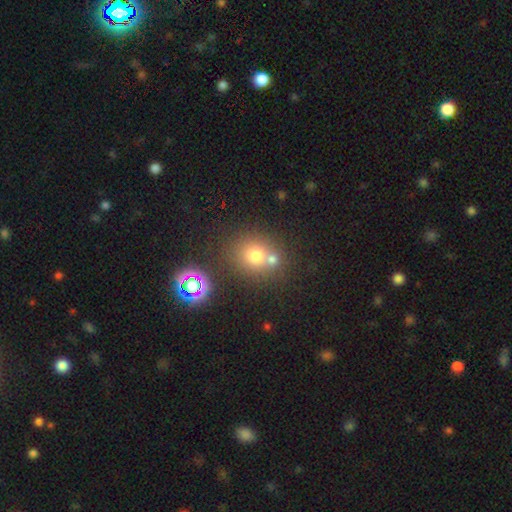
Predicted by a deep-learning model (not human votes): The model was most divided on "merging": none: 53%, merger: 36%, minor disturbance: 8%, major disturbance: 3%. More confident: how rounded — round (78%); smooth or featured — smooth (70%).